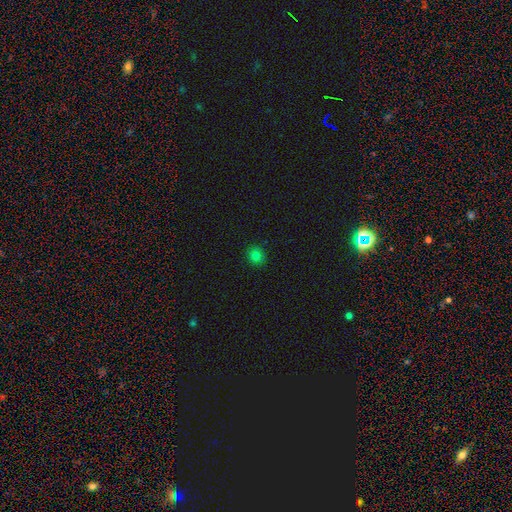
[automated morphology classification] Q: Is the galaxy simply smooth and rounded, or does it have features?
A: smooth — 79%.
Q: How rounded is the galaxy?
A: round — 84%.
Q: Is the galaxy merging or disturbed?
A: none — 90%.